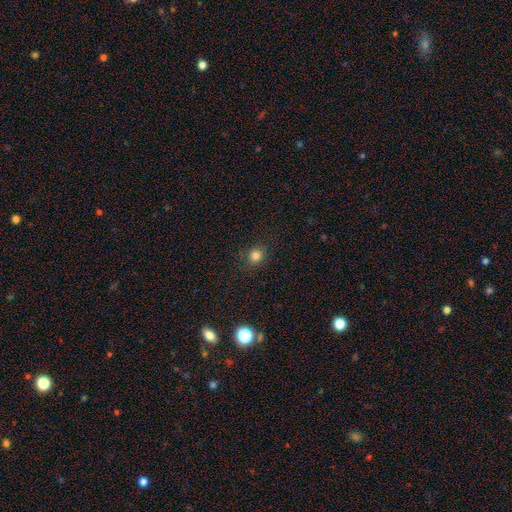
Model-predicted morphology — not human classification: A smooth galaxy with no disk features (81%) that is round (85%).

Vote fractions:
- Smooth or featured? smooth: 81% / star or artifact: 14% / featured or disk: 5%
- How rounded? round: 85% / in between: 14% / cigar-shaped: 1%
- Merging? none: 88% / minor disturbance: 8% / major disturbance: 3% / merger: 1%